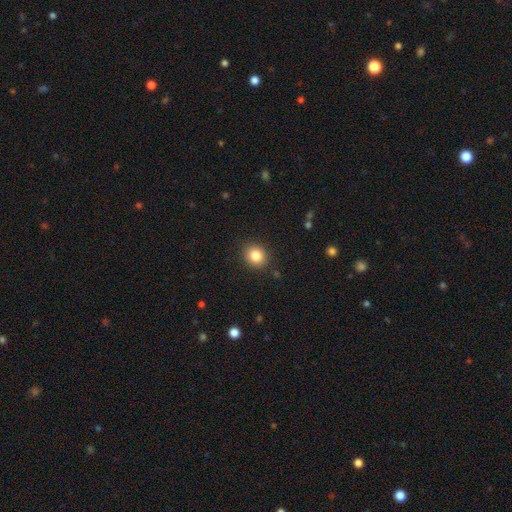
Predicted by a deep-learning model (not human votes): This is clearly a smooth galaxy (83%). How rounded: likely round (80%). Merging: clearly none (90%).